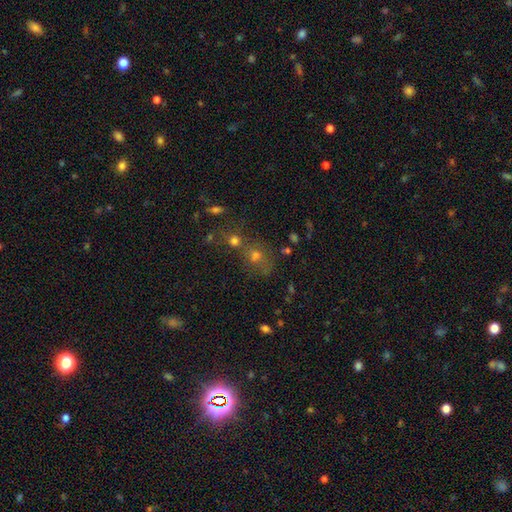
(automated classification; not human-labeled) Smooth or featured? smooth (63%)
How rounded? round (68%)
Merging? merger (43%)